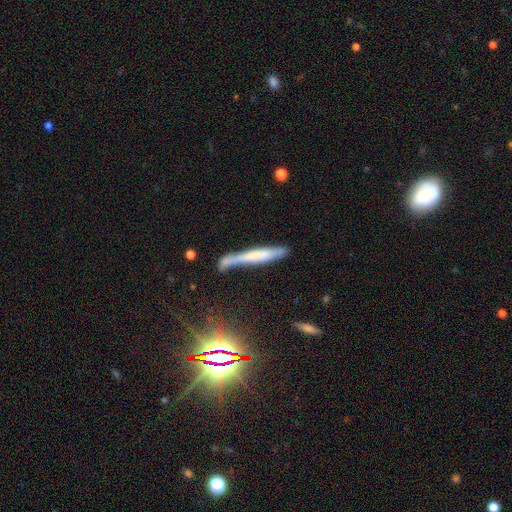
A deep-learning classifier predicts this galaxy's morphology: A smooth galaxy with no disk features (52%) that is cigar-shaped (94%). Merging: none (56%).